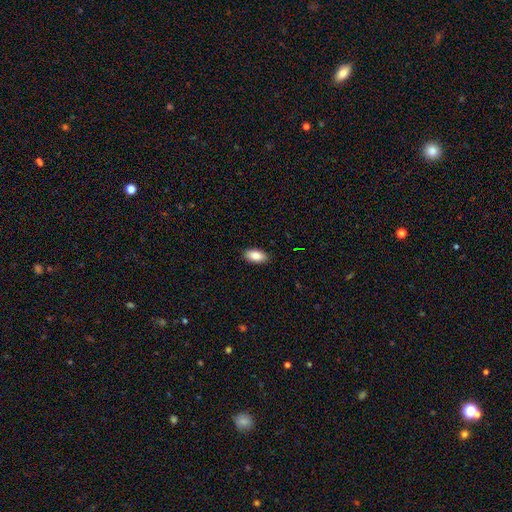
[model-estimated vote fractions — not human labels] Smooth or featured? Predicted: smooth (p=0.87). How rounded? Predicted: in between (p=0.93). Merging? Predicted: none (p=0.89).